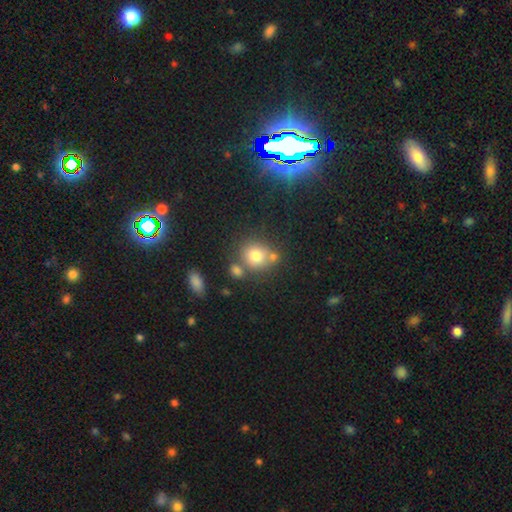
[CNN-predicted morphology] Q: Smooth or featured?
A: smooth (74%); runner-up: featured or disk (13%)
Q: How rounded?
A: round (76%); runner-up: in between (23%)
Q: Merging?
A: none (56%); runner-up: merger (26%)